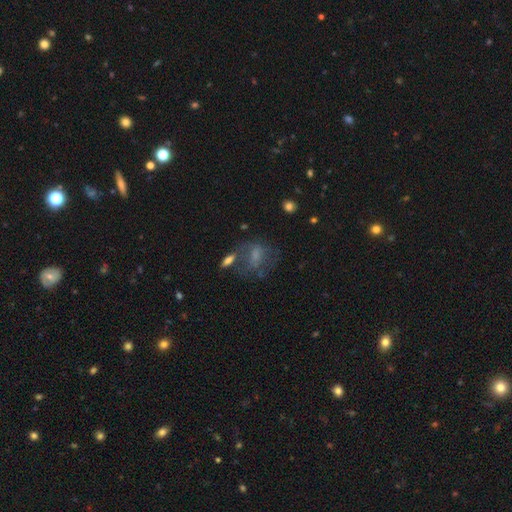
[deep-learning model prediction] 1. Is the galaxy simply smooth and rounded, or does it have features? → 49% smooth, 35% featured or disk, 16% star or artifact.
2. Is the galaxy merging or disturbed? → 43% none, 23% major disturbance, 20% minor disturbance, 14% merger.